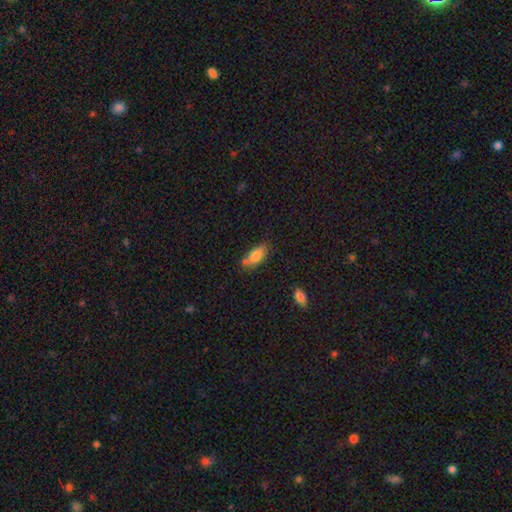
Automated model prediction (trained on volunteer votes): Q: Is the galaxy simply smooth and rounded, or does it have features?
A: smooth — 81%.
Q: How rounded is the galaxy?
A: in between — 86%.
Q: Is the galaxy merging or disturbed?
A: none — 63%.